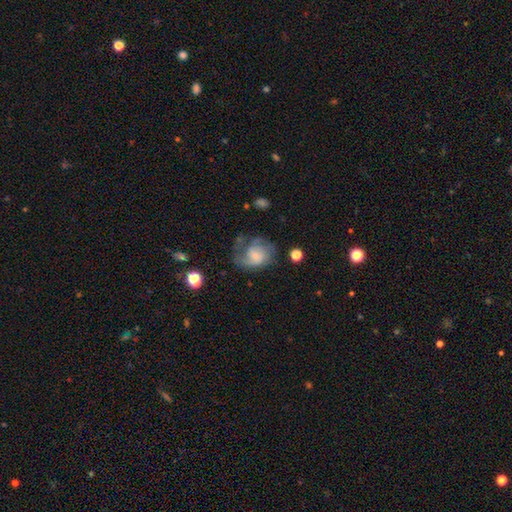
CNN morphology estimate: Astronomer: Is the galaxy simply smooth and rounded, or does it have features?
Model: featured or disk — 61%.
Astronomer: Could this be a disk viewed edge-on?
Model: no — 98%.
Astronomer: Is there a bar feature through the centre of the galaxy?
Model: no — 65%.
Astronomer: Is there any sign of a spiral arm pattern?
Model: yes — 84%.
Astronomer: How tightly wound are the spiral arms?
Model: medium — 45% (runner-up: tight, 31%).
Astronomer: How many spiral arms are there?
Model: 2 — 40% (runner-up: can't tell, 28%).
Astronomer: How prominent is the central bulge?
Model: small — 57%.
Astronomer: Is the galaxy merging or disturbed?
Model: none — 46% (runner-up: major disturbance, 26%).